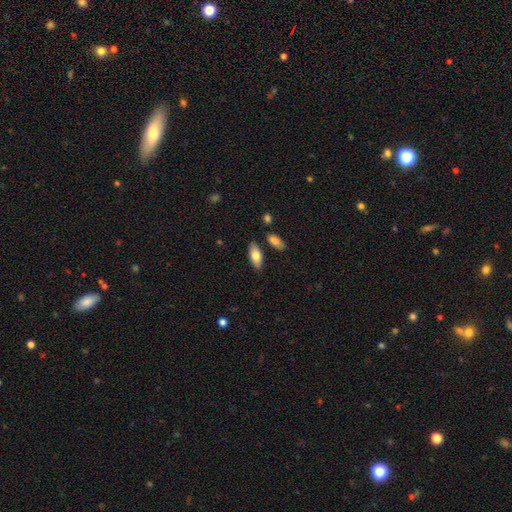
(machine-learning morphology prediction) Smooth or featured: smooth — 77% (featured or disk — 17%)
How rounded: in between — 86% (cigar-shaped — 11%)
Merging: none — 82% (minor disturbance — 11%)